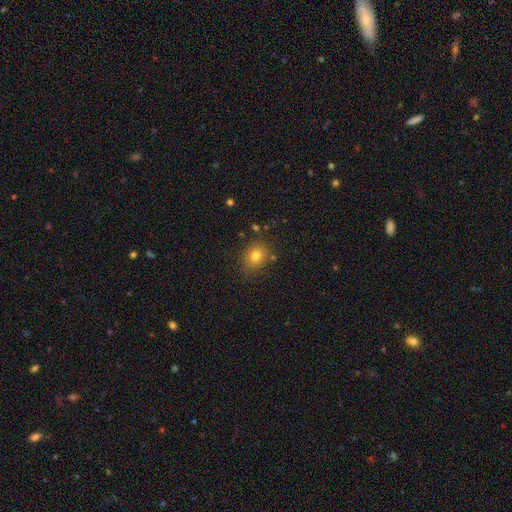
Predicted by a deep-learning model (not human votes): Q: Smooth or featured?
A: smooth (77%); runner-up: star or artifact (14%)
Q: How rounded?
A: round (56%); runner-up: in between (43%)
Q: Merging?
A: none (80%); runner-up: minor disturbance (13%)